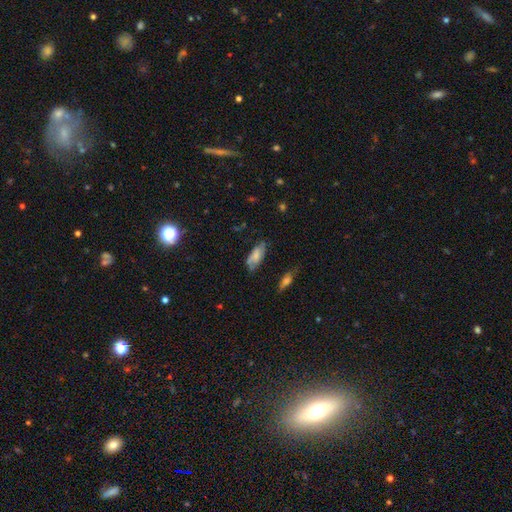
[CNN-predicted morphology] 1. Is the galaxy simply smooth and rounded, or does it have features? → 61% smooth, 29% featured or disk, 9% star or artifact.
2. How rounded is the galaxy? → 82% in between, 15% cigar-shaped, 3% round.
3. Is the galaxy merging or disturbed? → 58% none, 29% minor disturbance, 10% major disturbance, 3% merger.